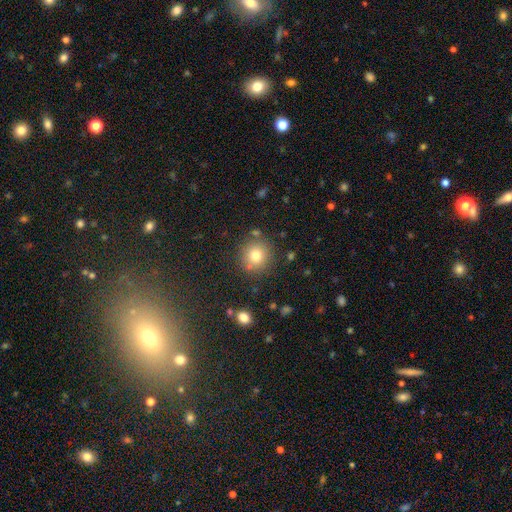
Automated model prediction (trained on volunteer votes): This appears to be a smooth galaxy with no disk features (78%) that is round (92%). Merging: none (82%).